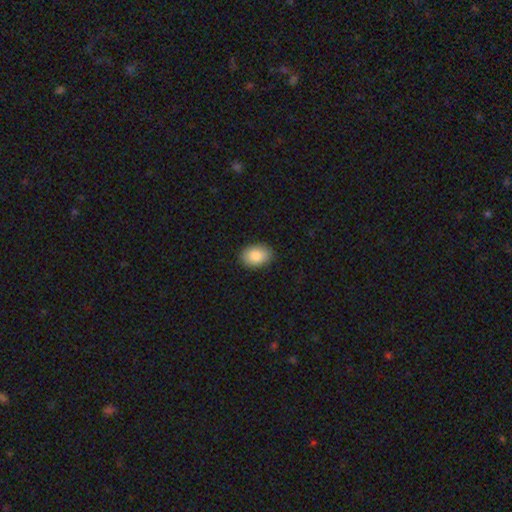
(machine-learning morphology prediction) Smooth or featured? Predicted: smooth (p=0.87). How rounded? Predicted: in between (p=0.81). Merging? Predicted: none (p=0.88).